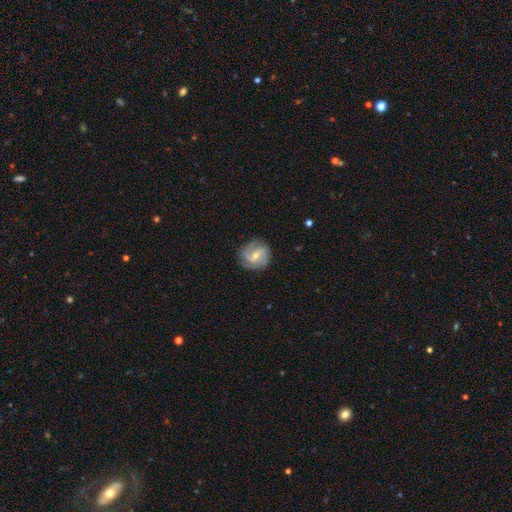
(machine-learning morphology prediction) smooth_or_featured: featured or disk (p=0.78) [alt: smooth p=0.17]
disk_edge_on: no (p=0.98) [alt: yes p=0.02]
bar: weak (p=0.52) [alt: no p=0.29]
has_spiral_arms: yes (p=0.94) [alt: no p=0.06]
spiral_winding: medium (p=0.44) [alt: tight p=0.37]
spiral_arm_count: 2 (p=0.46) [alt: 3 p=0.25]
bulge_size: small (p=0.55) [alt: moderate p=0.41]
merging: none (p=0.77) [alt: minor disturbance p=0.16]